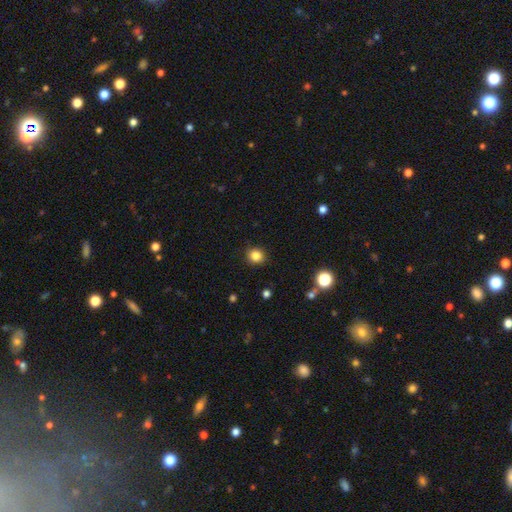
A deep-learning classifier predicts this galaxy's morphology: Smooth or featured?
  - smooth: 84% *
  - star or artifact: 12%
  - featured or disk: 5%
How rounded?
  - round: 88% *
  - in between: 11%
  - cigar-shaped: 1%
Merging?
  - none: 90% *
  - minor disturbance: 7%
  - major disturbance: 2%
  - merger: 1%